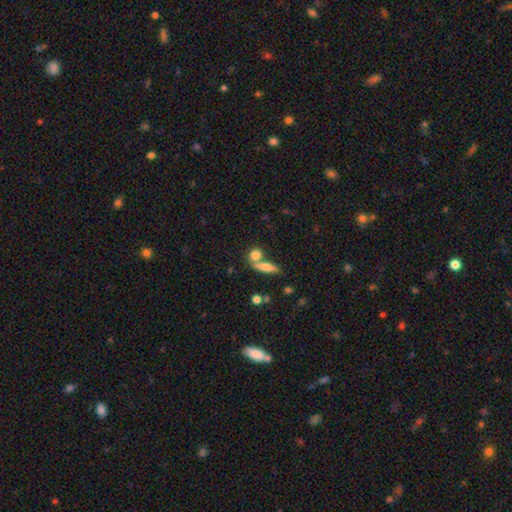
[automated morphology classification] smooth_or_featured: smooth (p=0.76) [alt: featured or disk p=0.15]
how_rounded: round (p=0.40) [alt: in between p=0.38]
merging: none (p=0.52) [alt: merger p=0.34]